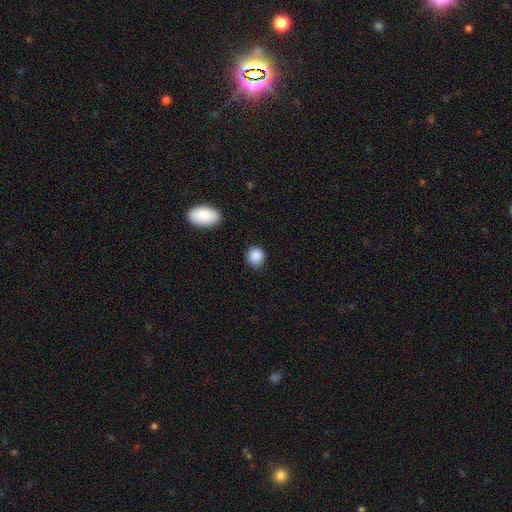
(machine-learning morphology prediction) smooth-or-featured: smooth: 88% | star or artifact: 9% | featured or disk: 3%
  how-rounded: round: 80% | in between: 19% | cigar-shaped: 1%
  merging: none: 82% | minor disturbance: 13% | major disturbance: 3% | merger: 2%